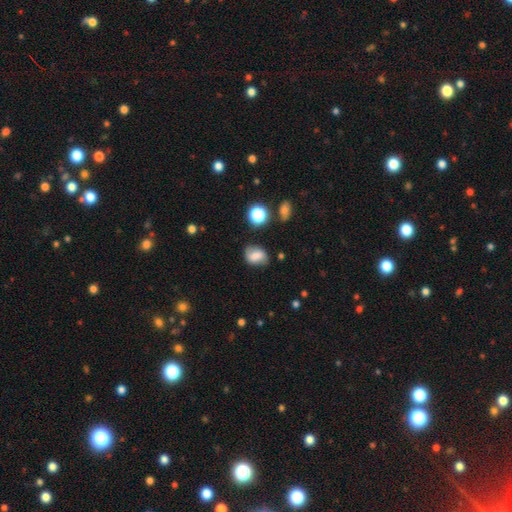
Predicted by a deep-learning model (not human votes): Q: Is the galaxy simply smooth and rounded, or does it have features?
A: smooth — 65%.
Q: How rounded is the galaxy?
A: in between — 62%.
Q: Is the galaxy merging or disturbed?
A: none — 69%.